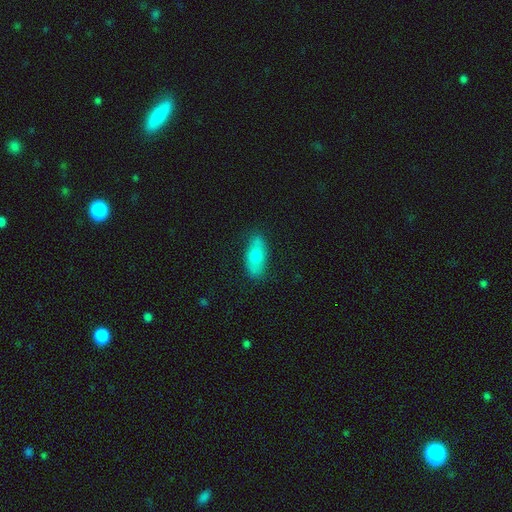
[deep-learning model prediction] Q: Smooth or featured?
A: smooth (66%); runner-up: featured or disk (27%)
Q: How rounded?
A: in between (84%); runner-up: cigar-shaped (11%)
Q: Merging?
A: none (81%); runner-up: minor disturbance (15%)